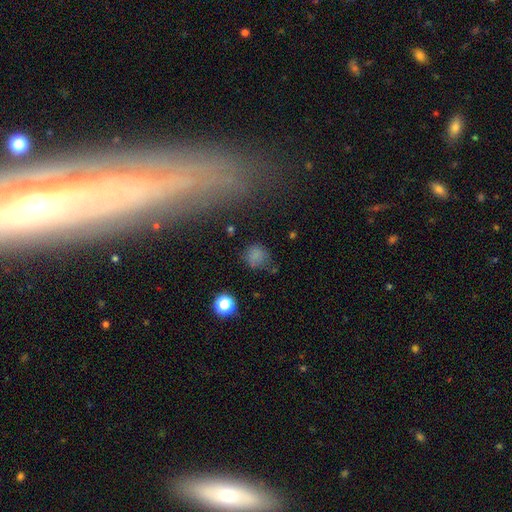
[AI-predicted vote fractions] Overall: smooth (72%). How rounded: round (83%). Merging: none (67%).